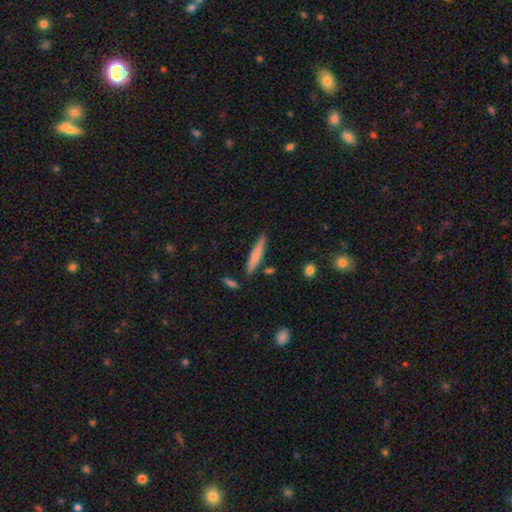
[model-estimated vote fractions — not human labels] smooth_or_featured: smooth (p=0.72) [alt: featured or disk p=0.23]
how_rounded: cigar-shaped (p=0.91) [alt: in between p=0.08]
merging: none (p=0.84) [alt: minor disturbance p=0.10]